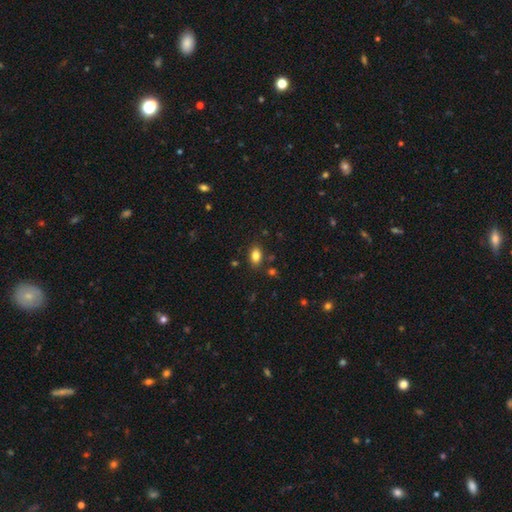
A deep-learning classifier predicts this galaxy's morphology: The model was most divided on "smooth or featured": smooth: 83%, star or artifact: 10%, featured or disk: 7%. More confident: how rounded — in between (86%); merging — none (84%).